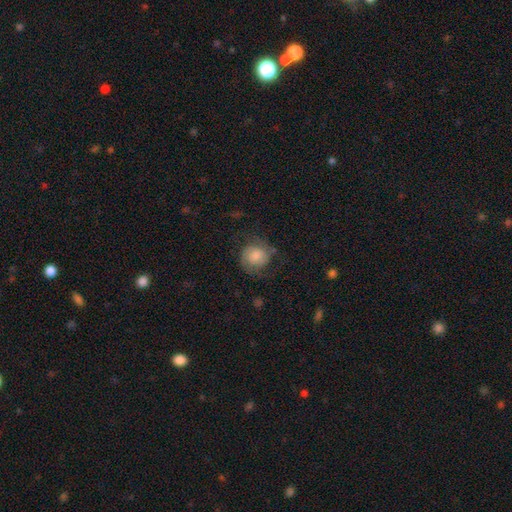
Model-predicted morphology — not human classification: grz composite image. It shows a smooth galaxy with no disk features (52%) that is round (82%). Merging: none (60%).